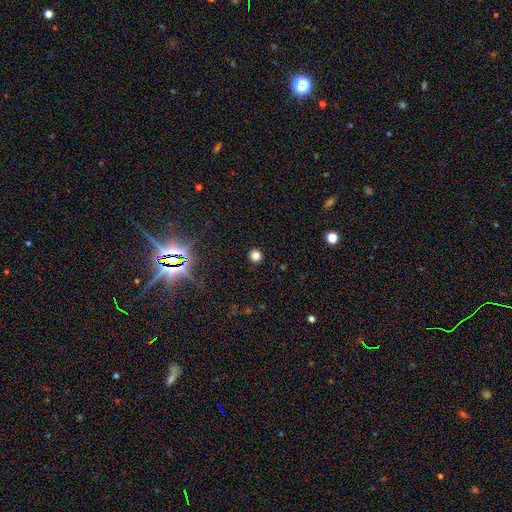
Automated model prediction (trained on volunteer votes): smooth 80%, star or artifact 16%, featured or disk 4%. Down the decision tree: how rounded — round (91%); merging — none (92%).